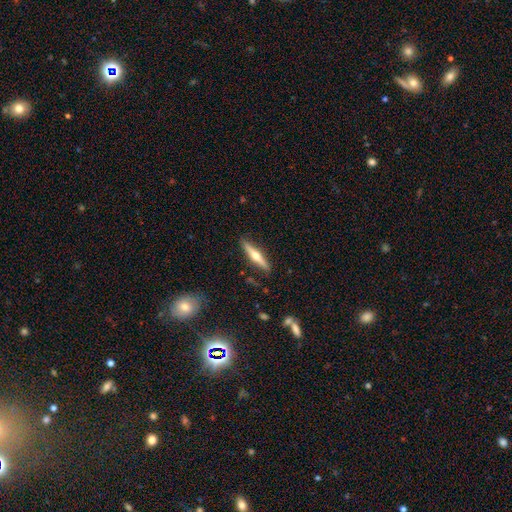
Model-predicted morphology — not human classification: The model was most divided on "smooth or featured": featured or disk: 60%, smooth: 34%, star or artifact: 6%. More confident: edge-on disk — yes (96%); edge-on bulge — rounded (92%); merging — none (88%).